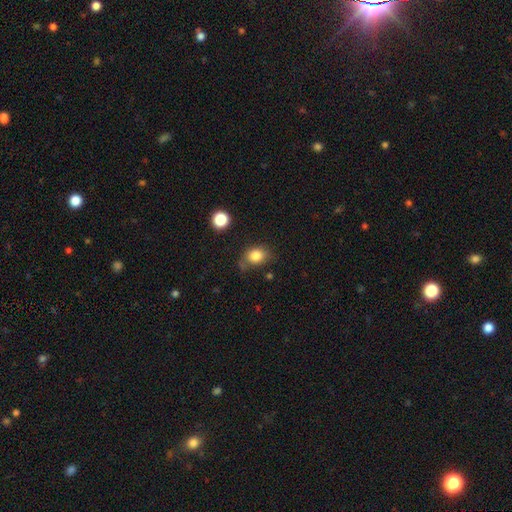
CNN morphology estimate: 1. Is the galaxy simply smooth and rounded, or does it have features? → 82% smooth, 10% star or artifact, 7% featured or disk.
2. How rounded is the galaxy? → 57% in between, 42% round, 1% cigar-shaped.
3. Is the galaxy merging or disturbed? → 63% none, 24% minor disturbance, 7% major disturbance, 5% merger.